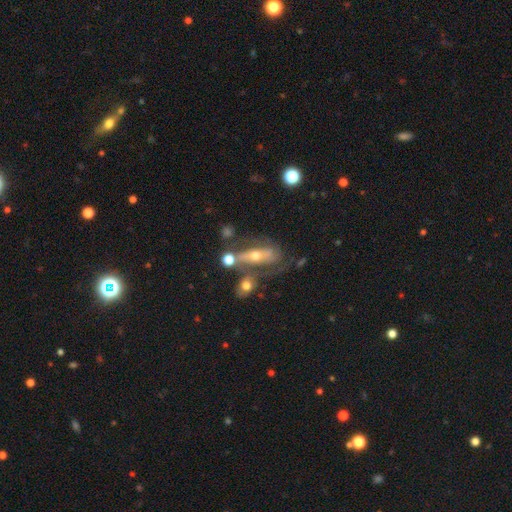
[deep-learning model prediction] Smooth or featured: featured or disk — 66% (smooth — 25%)
Edge-on disk: no — 72% (yes — 28%)
Merging: none — 43% (major disturbance — 20%)